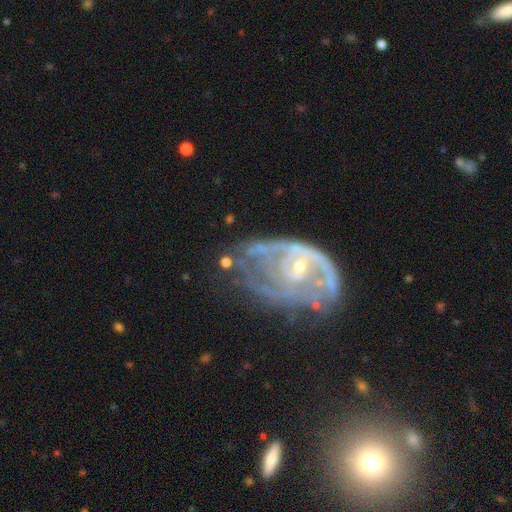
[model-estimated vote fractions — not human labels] This is likely a featured or disk galaxy (80%). It is clearly not viewed edge-on (97%). Bar: likely no (63%). Spiral arm pattern: likely yes (73%). Spiral arm count: marginally can't tell (44%). Spiral winding: possibly tight (49%). Central bulge: likely small (70%). Merging: marginally none (35%).